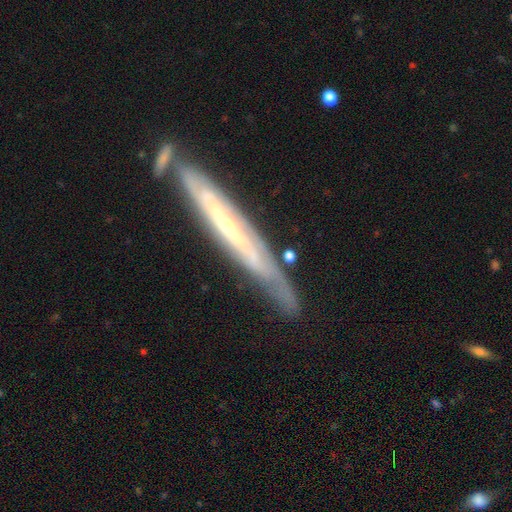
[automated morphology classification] A featured or disk galaxy (75%) viewed edge-on (68%) with no central bulge (51%).

Vote fractions:
- Smooth or featured? featured or disk: 75% / smooth: 20% / star or artifact: 6%
- Edge-on disk? yes: 68% / no: 32%
- Edge-on bulge? none: 51% / rounded: 43% / boxy: 5%
- Merging? none: 70% / minor disturbance: 18% / major disturbance: 7% / merger: 5%